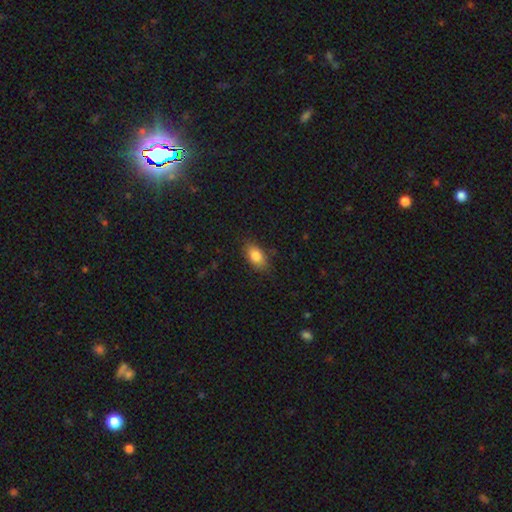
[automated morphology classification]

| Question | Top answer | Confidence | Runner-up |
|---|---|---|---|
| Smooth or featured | smooth | 85% | star or artifact (8%) |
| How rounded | in between | 89% | round (8%) |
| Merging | none | 81% | minor disturbance (14%) |